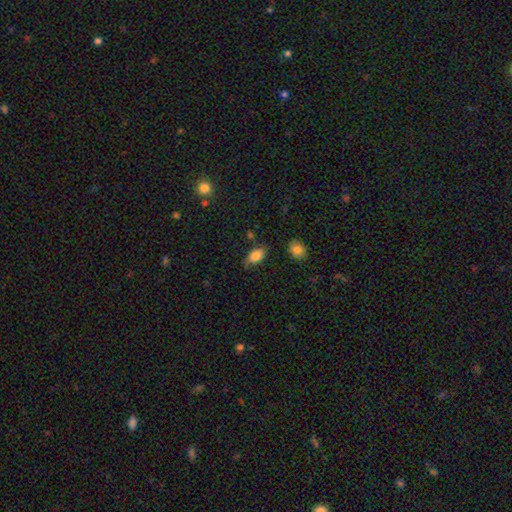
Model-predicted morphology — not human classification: smooth_or_featured: smooth (p=0.84) [alt: featured or disk p=0.08]
how_rounded: in between (p=0.89) [alt: round p=0.08]
merging: none (p=0.74) [alt: minor disturbance p=0.20]